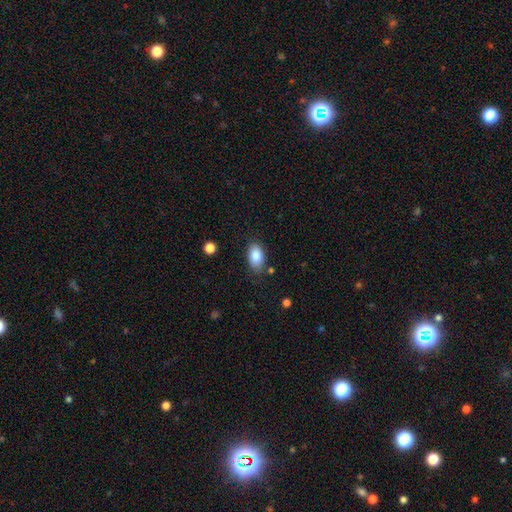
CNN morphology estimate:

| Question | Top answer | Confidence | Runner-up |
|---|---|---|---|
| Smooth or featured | smooth | 86% | featured or disk (7%) |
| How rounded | in between | 92% | round (6%) |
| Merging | none | 80% | minor disturbance (14%) |